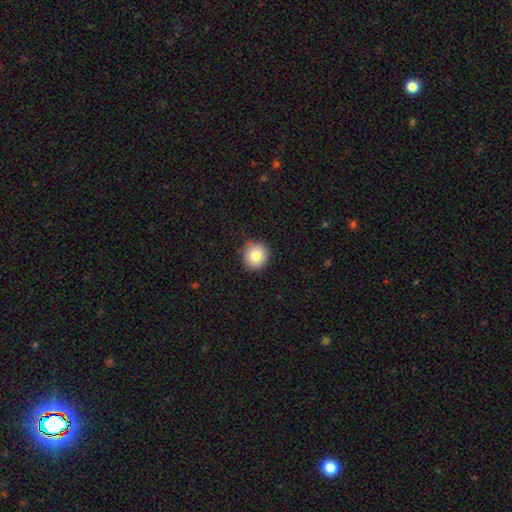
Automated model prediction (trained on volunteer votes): A smooth galaxy with no disk features (84%) that is round (90%).

Vote fractions:
- Smooth or featured? smooth: 84% / star or artifact: 9% / featured or disk: 7%
- How rounded? round: 90% / in between: 9% / cigar-shaped: 1%
- Merging? none: 87% / minor disturbance: 10% / major disturbance: 2% / merger: 1%